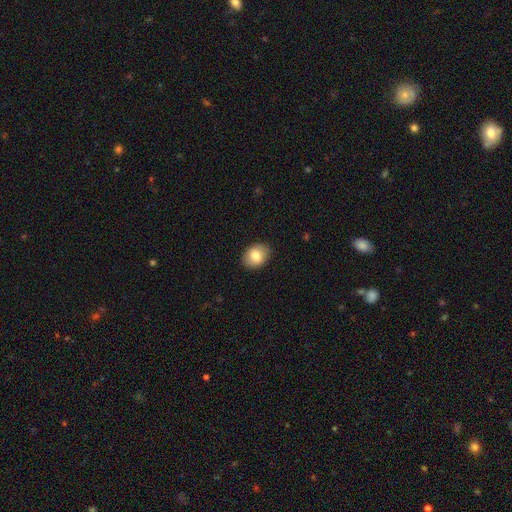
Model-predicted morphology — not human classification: Q: Smooth or featured?
A: smooth (81%); runner-up: featured or disk (12%)
Q: How rounded?
A: in between (69%); runner-up: round (29%)
Q: Merging?
A: none (87%); runner-up: minor disturbance (10%)